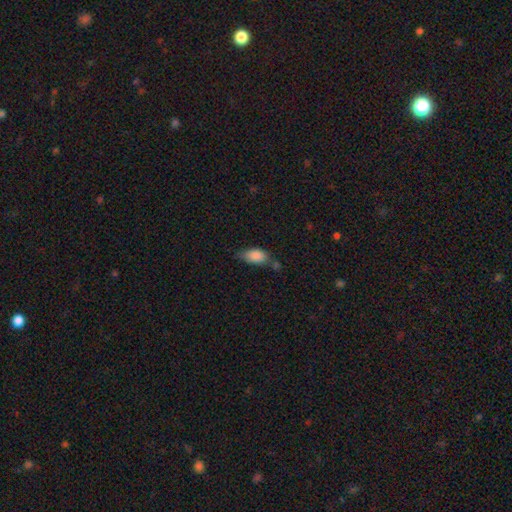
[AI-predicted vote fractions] smooth_or_featured: smooth (p=0.85) [alt: star or artifact p=0.08]
how_rounded: in between (p=0.89) [alt: cigar-shaped p=0.06]
merging: none (p=0.47) [alt: minor disturbance p=0.31]